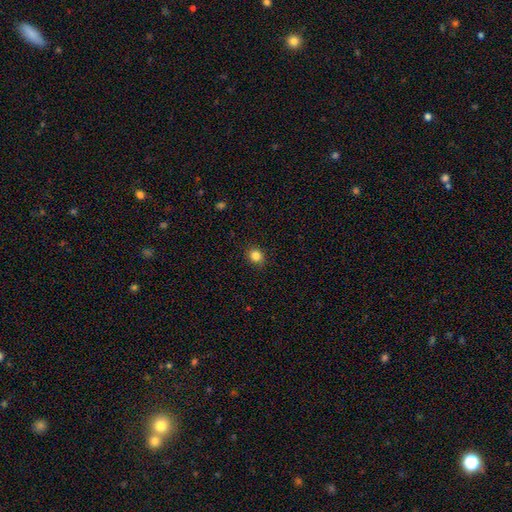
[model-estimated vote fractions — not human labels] Q: Smooth or featured?
A: smooth (84%); runner-up: star or artifact (11%)
Q: How rounded?
A: round (80%); runner-up: in between (19%)
Q: Merging?
A: none (89%); runner-up: minor disturbance (8%)